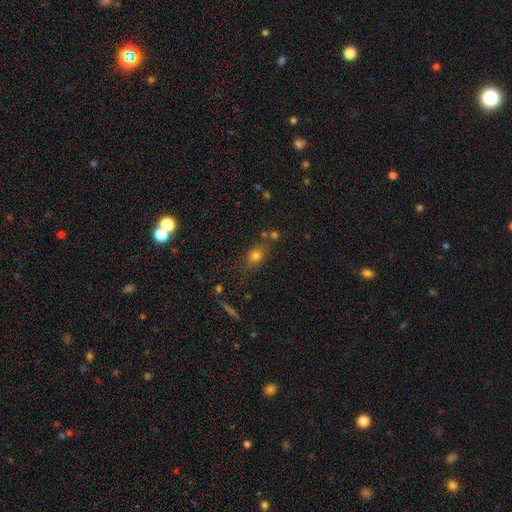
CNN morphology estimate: smooth 75%, star or artifact 15%, featured or disk 10%. Down the decision tree: how rounded — in between (56%); merging — none (72%).